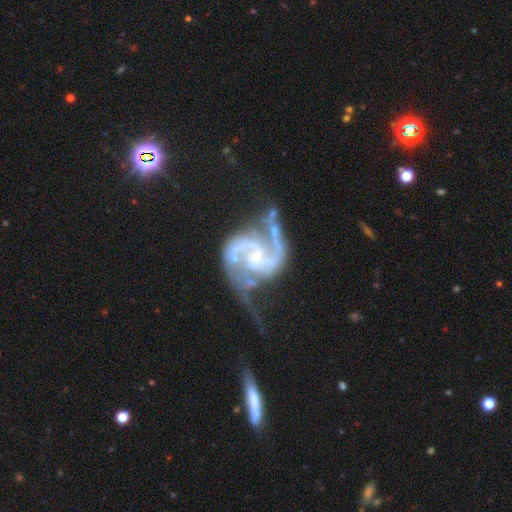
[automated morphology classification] A featured or disk galaxy (93%) with a weak bar (47%), 2 (90%) medium (57%) spiral arms (98%) and a small central bulge (59%). Merging: none (44%).